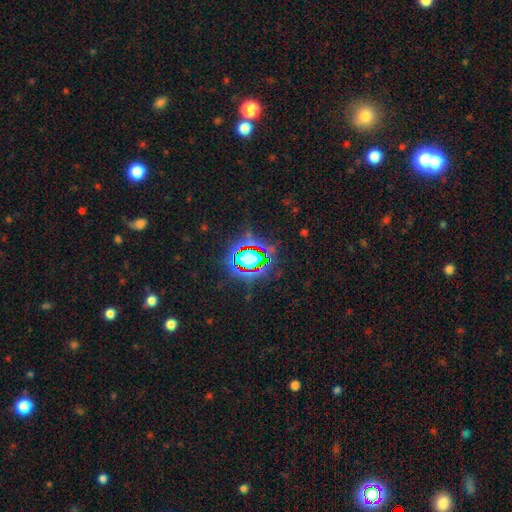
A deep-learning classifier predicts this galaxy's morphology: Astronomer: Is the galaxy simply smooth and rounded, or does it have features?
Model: star or artifact — 79%.